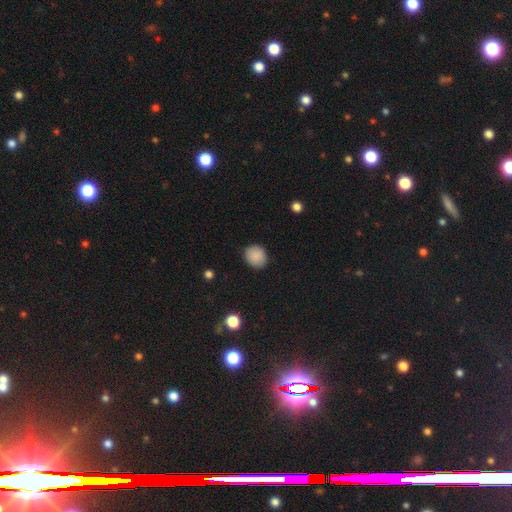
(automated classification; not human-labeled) Overall: smooth (88%). How rounded: round (72%). Merging: none (87%).